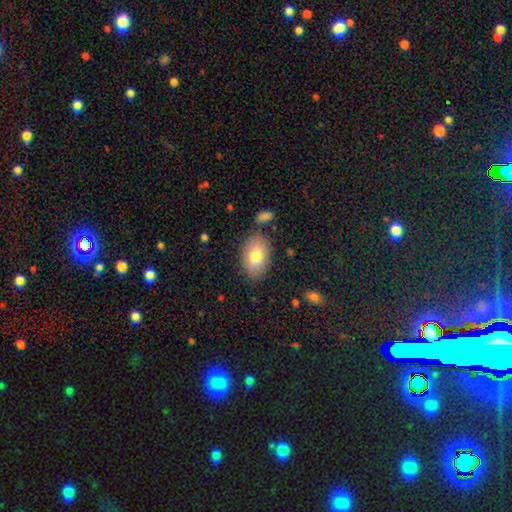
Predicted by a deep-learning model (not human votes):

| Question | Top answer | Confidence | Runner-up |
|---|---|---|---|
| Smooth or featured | smooth | 78% | featured or disk (15%) |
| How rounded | in between | 90% | round (8%) |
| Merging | none | 79% | minor disturbance (13%) |